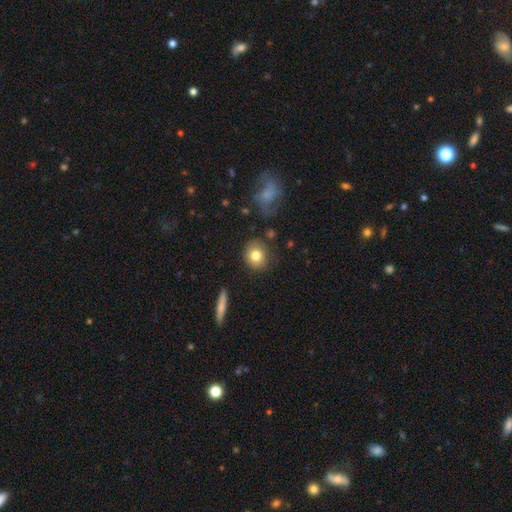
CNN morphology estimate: smooth_or_featured: smooth (p=0.81) [alt: featured or disk p=0.10]
how_rounded: round (p=0.78) [alt: in between p=0.20]
merging: none (p=0.83) [alt: minor disturbance p=0.12]